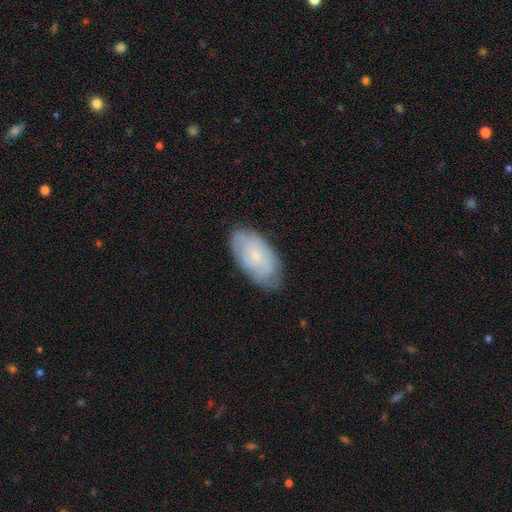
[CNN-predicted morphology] Smooth or featured? Predicted: featured or disk (p=0.47). Merging? Predicted: none (p=0.74).